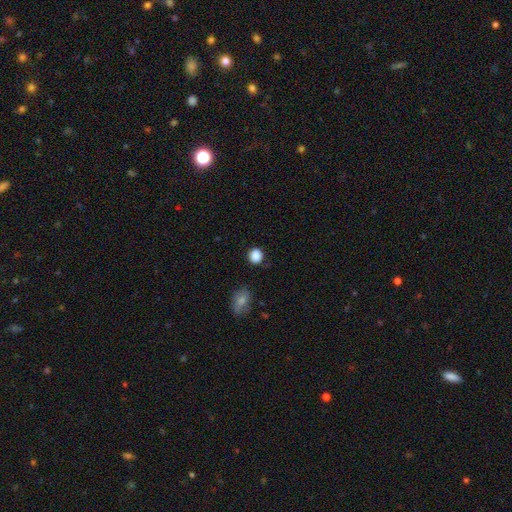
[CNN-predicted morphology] smooth-or-featured: smooth: 87% | star or artifact: 9% | featured or disk: 3%
  how-rounded: round: 84% | in between: 15% | cigar-shaped: 1%
  merging: none: 87% | minor disturbance: 9% | major disturbance: 2% | merger: 2%